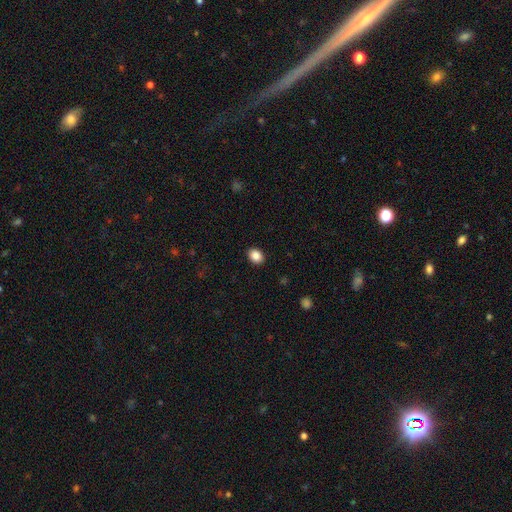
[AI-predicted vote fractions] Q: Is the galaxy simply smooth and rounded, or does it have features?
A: smooth — 87%.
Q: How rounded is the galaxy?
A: in between — 58%.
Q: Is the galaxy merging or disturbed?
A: none — 91%.